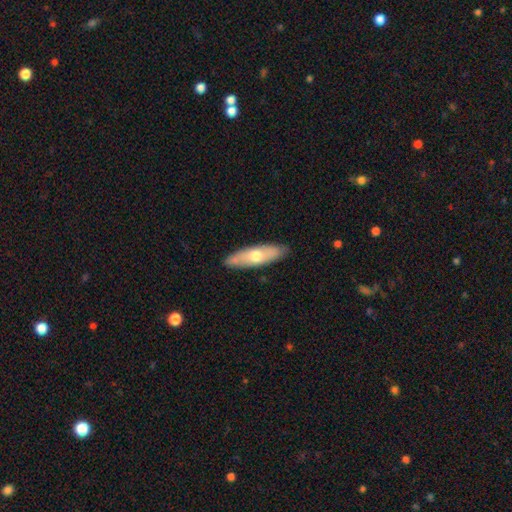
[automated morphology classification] The model was most divided on "how rounded": cigar-shaped: 56%, in between: 42%, round: 2%. More confident: merging — none (87%); smooth or featured — smooth (55%).